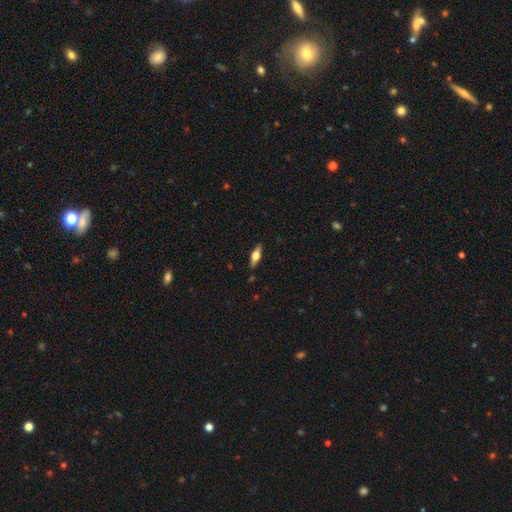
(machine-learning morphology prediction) Smooth or featured? featured or disk (52%)
Edge-on disk? yes (92%)
Merging? none (87%)